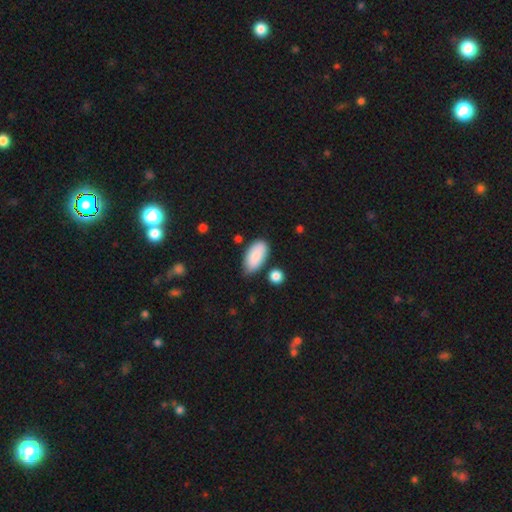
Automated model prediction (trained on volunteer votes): Smooth or featured? smooth (88%)
How rounded? in between (93%)
Merging? none (72%)